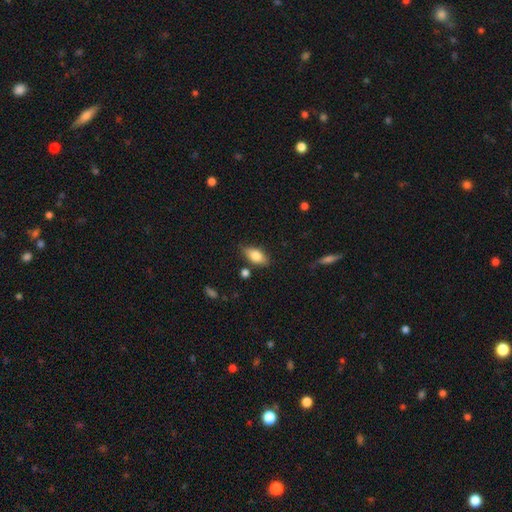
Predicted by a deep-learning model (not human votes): The model was most divided on "smooth or featured": smooth: 77%, featured or disk: 16%, star or artifact: 7%. More confident: how rounded — in between (87%); merging — none (77%).